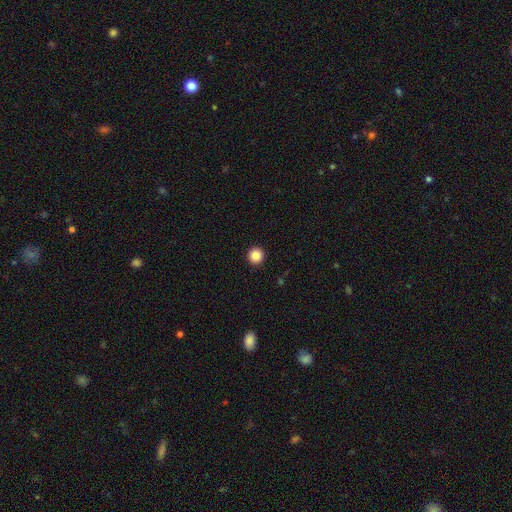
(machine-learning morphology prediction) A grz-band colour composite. It shows a smooth galaxy with no disk features (86%) that is round (95%). Merging: none (94%).